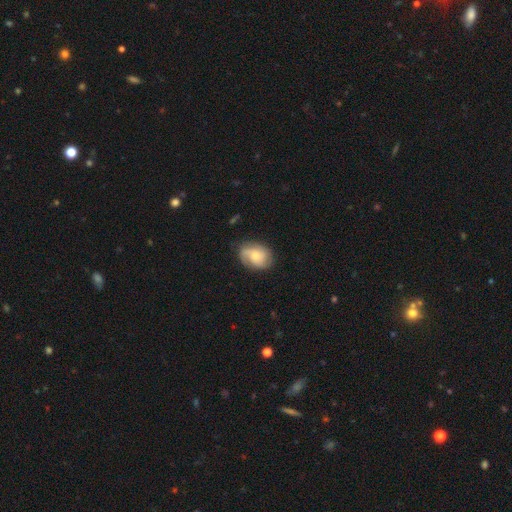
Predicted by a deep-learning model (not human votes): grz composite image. It shows a featured or disk galaxy (55%) with no bar (71%), spiral arms (90%) and a small central bulge (44%). Merging: none (72%).